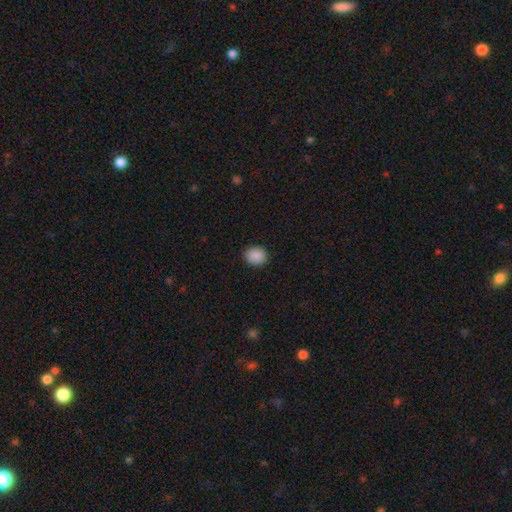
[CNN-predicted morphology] Smooth or featured: smooth — 89% (star or artifact — 8%)
How rounded: round — 63% (in between — 36%)
Merging: none — 89% (minor disturbance — 8%)